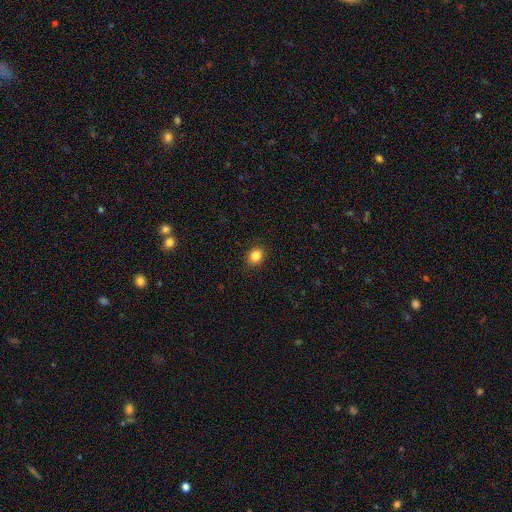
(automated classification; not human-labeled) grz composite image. It shows a smooth galaxy with no disk features (85%) that is round (63%). Merging: none (90%).